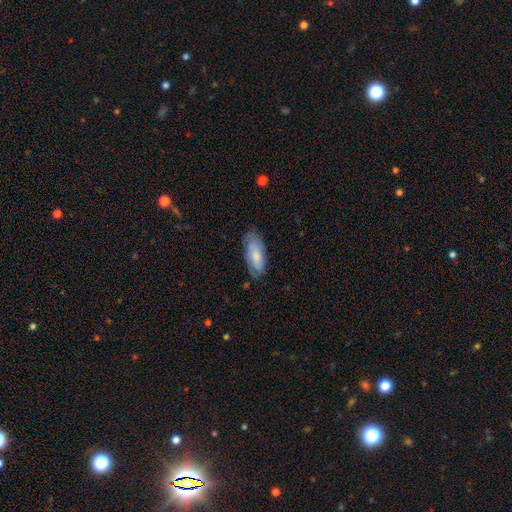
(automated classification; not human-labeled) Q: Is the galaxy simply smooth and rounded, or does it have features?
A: smooth — 70%.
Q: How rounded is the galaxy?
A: in between — 80%.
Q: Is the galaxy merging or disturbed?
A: none — 71%.